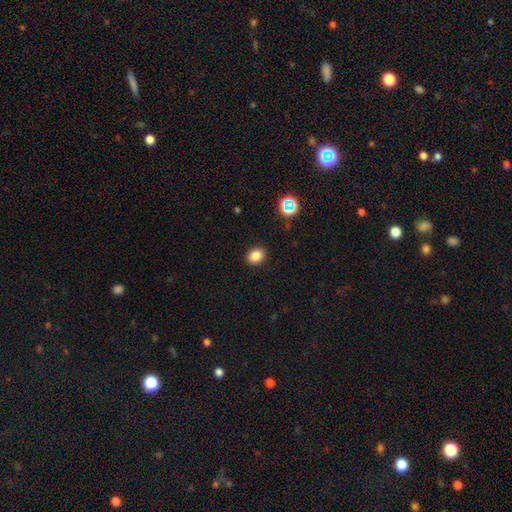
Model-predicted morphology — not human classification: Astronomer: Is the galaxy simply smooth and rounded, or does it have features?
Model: smooth — 84%.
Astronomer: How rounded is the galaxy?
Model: round — 51% (runner-up: in between, 48%).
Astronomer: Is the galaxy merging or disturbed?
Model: none — 90%.